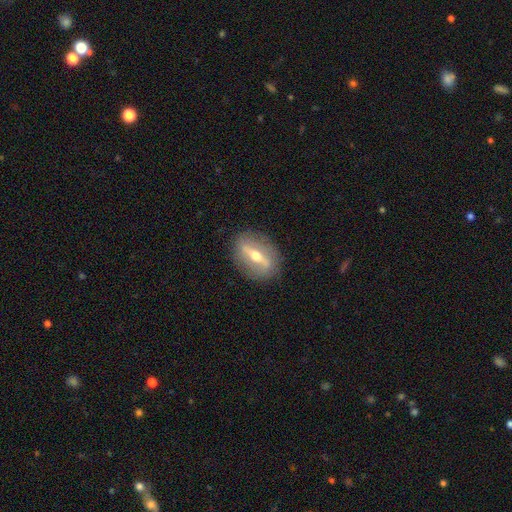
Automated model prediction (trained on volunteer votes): Overall: featured or disk (71%). Edge-on disk: no (62%; yes 38%). Merging: none (85%).